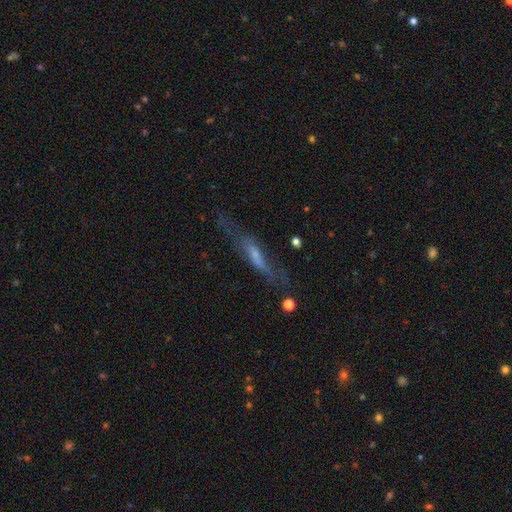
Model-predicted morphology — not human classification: Smooth or featured? featured or disk (56%)
Edge-on disk? yes (62%)
Merging? none (48%)